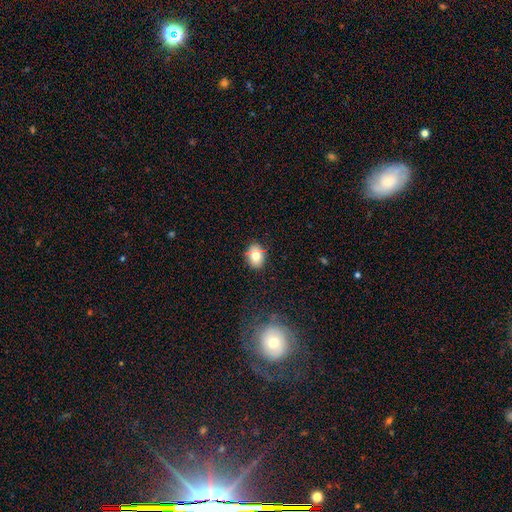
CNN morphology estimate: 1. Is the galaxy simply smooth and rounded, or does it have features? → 78% smooth, 12% featured or disk, 10% star or artifact.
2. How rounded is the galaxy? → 62% in between, 37% round, 1% cigar-shaped.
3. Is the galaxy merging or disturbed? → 83% none, 13% minor disturbance, 3% major disturbance, 1% merger.